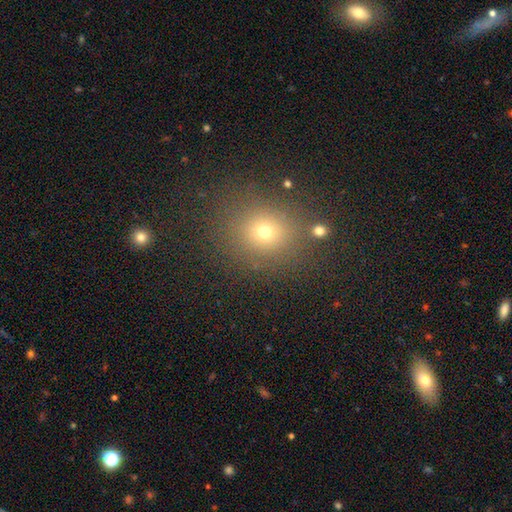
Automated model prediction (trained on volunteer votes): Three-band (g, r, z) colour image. It shows a smooth galaxy with no disk features (61%) that is round (76%). Merging: none (85%).